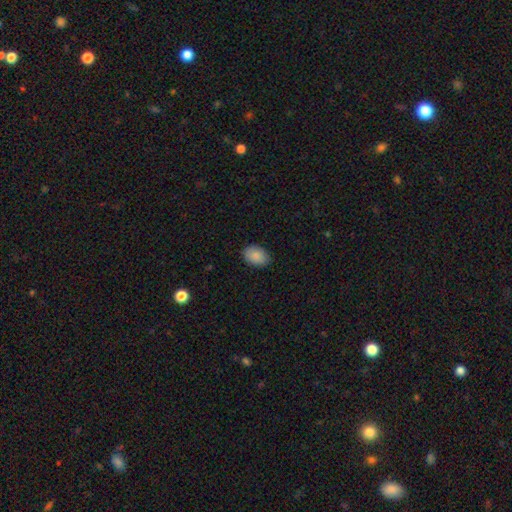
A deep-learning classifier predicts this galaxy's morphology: This is clearly a smooth galaxy (88%). How rounded: clearly in between (85%). Merging: clearly none (85%).